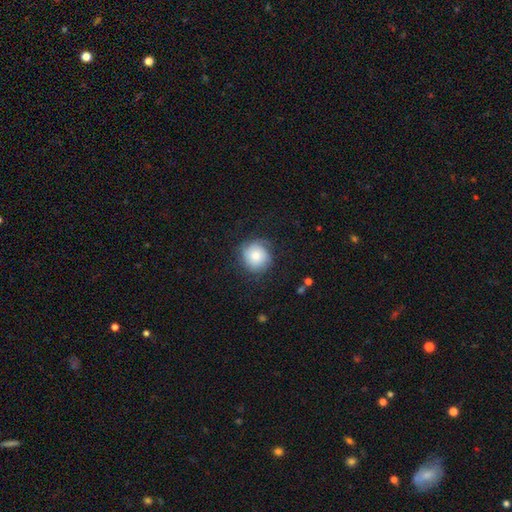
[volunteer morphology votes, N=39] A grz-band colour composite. It shows a smooth galaxy with no disk features (67%) that is round (92%). Merging: none (68%).